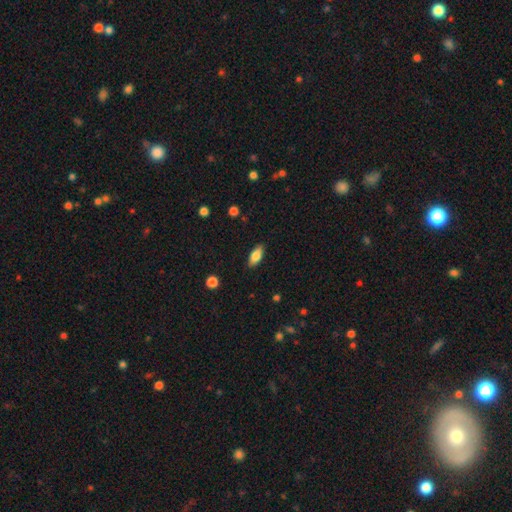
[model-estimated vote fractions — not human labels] Smooth or featured? smooth (81%)
How rounded? in between (83%)
Merging? none (86%)